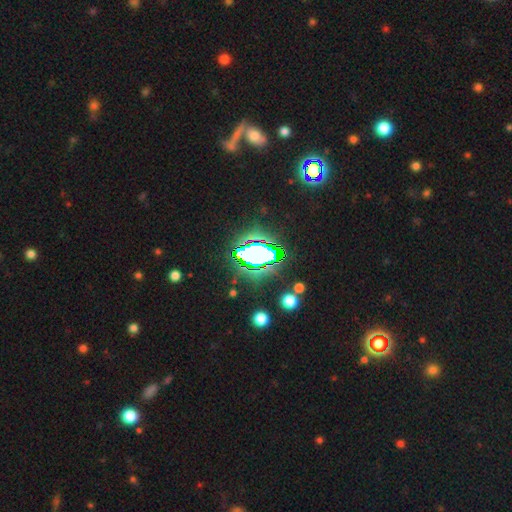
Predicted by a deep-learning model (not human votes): smooth-or-featured: star or artifact: 80% | smooth: 12% | featured or disk: 8%